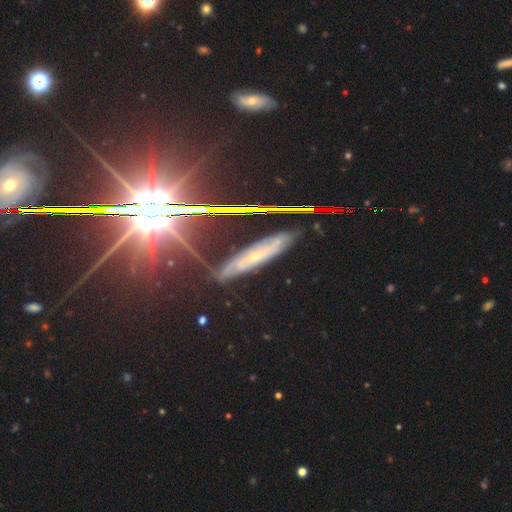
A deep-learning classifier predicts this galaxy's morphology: Q: Smooth or featured?
A: featured or disk (53%); runner-up: star or artifact (27%)
Q: Edge-on disk?
A: yes (65%); runner-up: no (35%)
Q: Merging?
A: none (80%); runner-up: minor disturbance (14%)